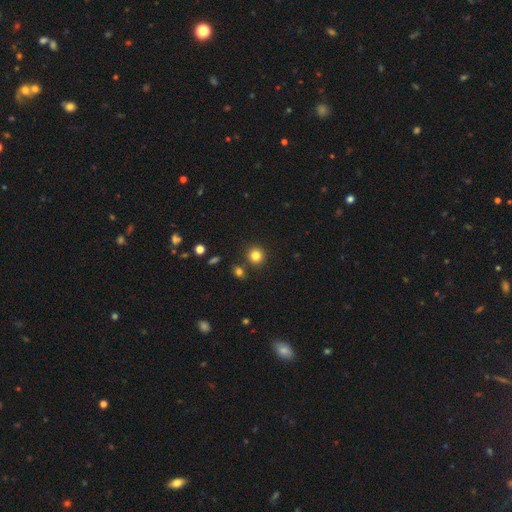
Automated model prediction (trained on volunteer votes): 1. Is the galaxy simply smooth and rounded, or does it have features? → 82% smooth, 12% star or artifact, 5% featured or disk.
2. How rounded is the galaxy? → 91% round, 8% in between, 1% cigar-shaped.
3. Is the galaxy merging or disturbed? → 84% none, 7% minor disturbance, 6% merger, 2% major disturbance.